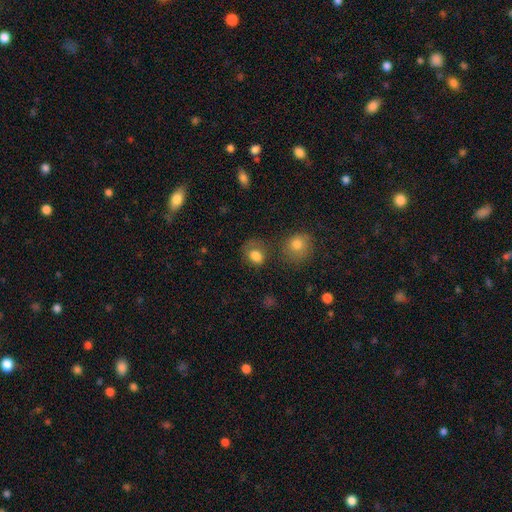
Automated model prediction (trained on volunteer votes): This appears to be a smooth galaxy with no disk features (82%) that is round (52%). Merging: none (58%).